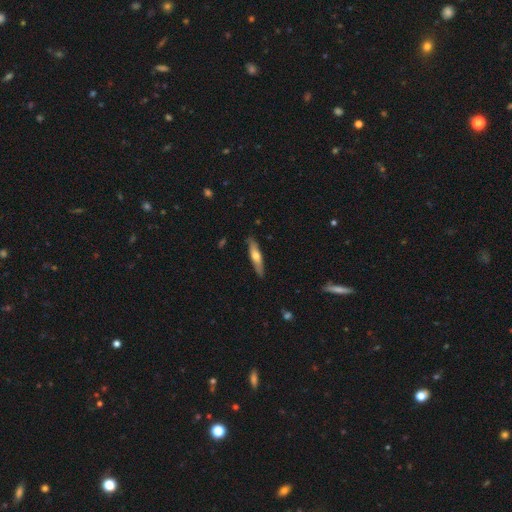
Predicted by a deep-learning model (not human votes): Smooth or featured? Predicted: smooth (p=0.50). Merging? Predicted: none (p=0.87).